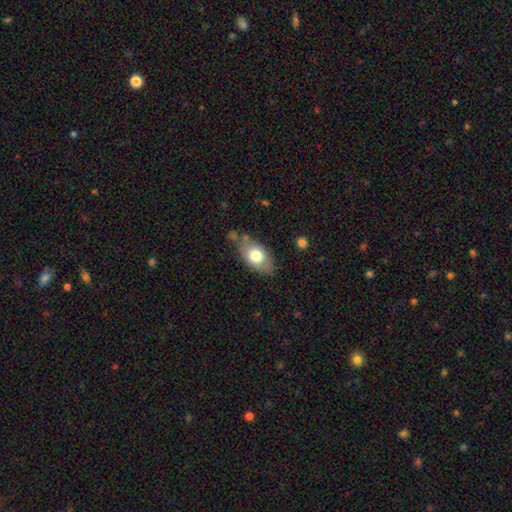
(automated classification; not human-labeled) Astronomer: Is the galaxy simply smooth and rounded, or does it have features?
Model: smooth — 72%.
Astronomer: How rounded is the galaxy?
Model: in between — 89%.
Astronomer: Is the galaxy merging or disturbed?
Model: none — 68%.